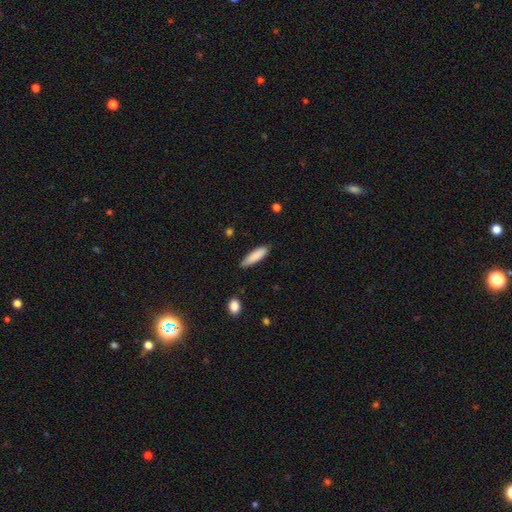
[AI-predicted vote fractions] Smooth or featured?
  - smooth: 86% *
  - featured or disk: 8%
  - star or artifact: 6%
How rounded?
  - cigar-shaped: 69% *
  - in between: 30%
  - round: 1%
Merging?
  - none: 82% *
  - minor disturbance: 14%
  - major disturbance: 2%
  - merger: 1%